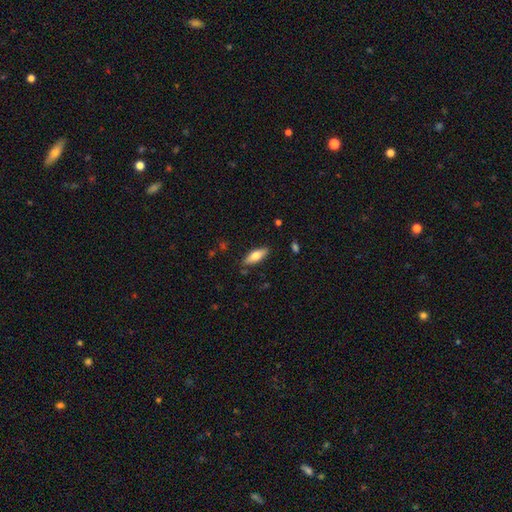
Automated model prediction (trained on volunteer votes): This appears to be a smooth galaxy with no disk features (64%) that is in between round and cigar-shaped (64%). Merging: none (86%).